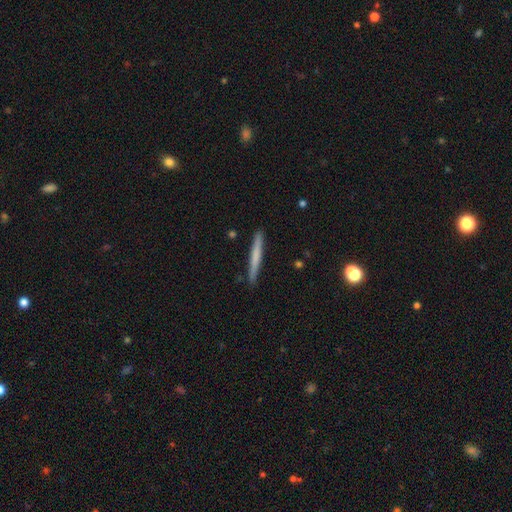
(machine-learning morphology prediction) smooth_or_featured: smooth (p=0.60) [alt: featured or disk p=0.35]
how_rounded: cigar-shaped (p=0.96) [alt: in between p=0.02]
merging: none (p=0.90) [alt: minor disturbance p=0.07]